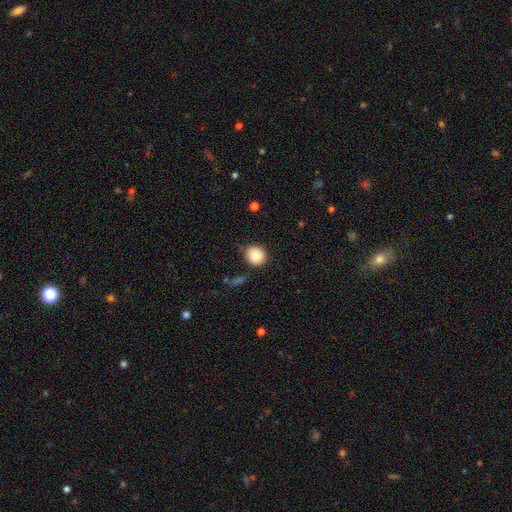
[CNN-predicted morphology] A smooth galaxy with no disk features (87%) that is round (87%).

Vote fractions:
- Smooth or featured? smooth: 87% / star or artifact: 8% / featured or disk: 4%
- How rounded? round: 87% / in between: 12% / cigar-shaped: 1%
- Merging? none: 78% / minor disturbance: 15% / major disturbance: 4% / merger: 3%